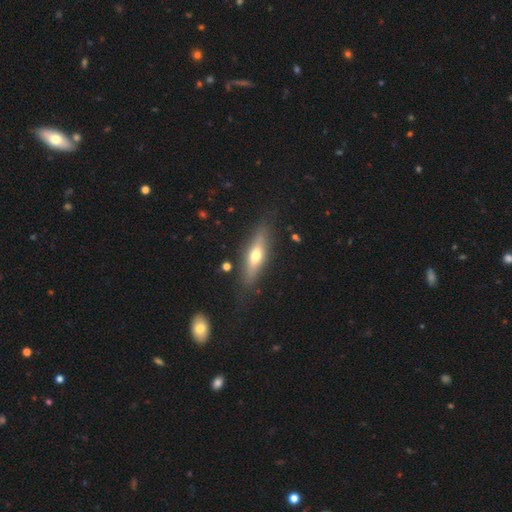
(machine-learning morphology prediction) smooth_or_featured: featured or disk (p=0.50) [alt: smooth p=0.43]
disk_edge_on: yes (p=0.83) [alt: no p=0.17]
merging: none (p=0.82) [alt: minor disturbance p=0.12]